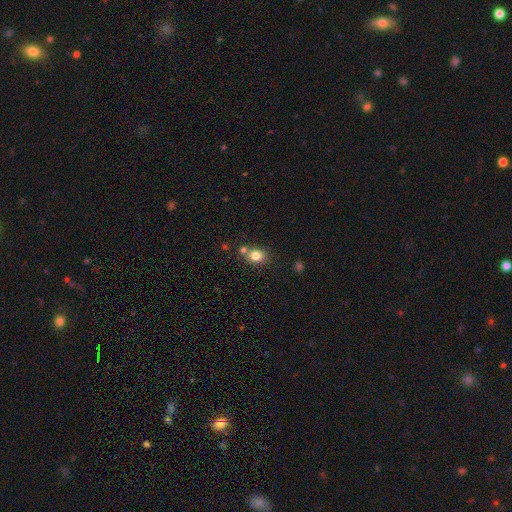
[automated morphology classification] smooth_or_featured: smooth (p=0.81) [alt: star or artifact p=0.11]
how_rounded: round (p=0.59) [alt: in between p=0.40]
merging: none (p=0.60) [alt: merger p=0.24]